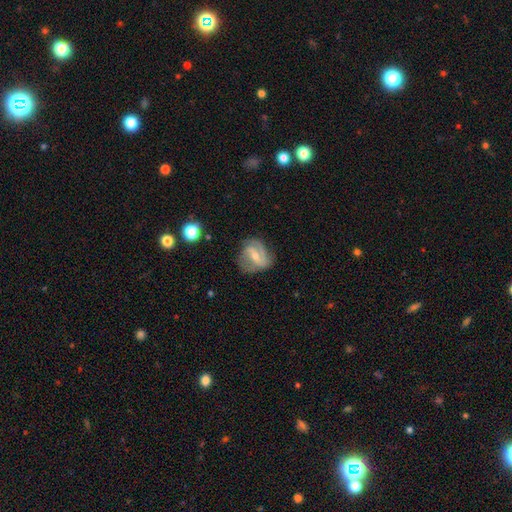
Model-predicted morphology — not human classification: This is likely a featured or disk galaxy (76%). It is clearly not viewed edge-on (97%). Bar: possibly weak (49%). Spiral arm pattern: clearly yes (91%). Spiral arm count: likely 2 (61%). Spiral winding: possibly medium (47%). Central bulge: possibly small (49%). Merging: likely none (61%).